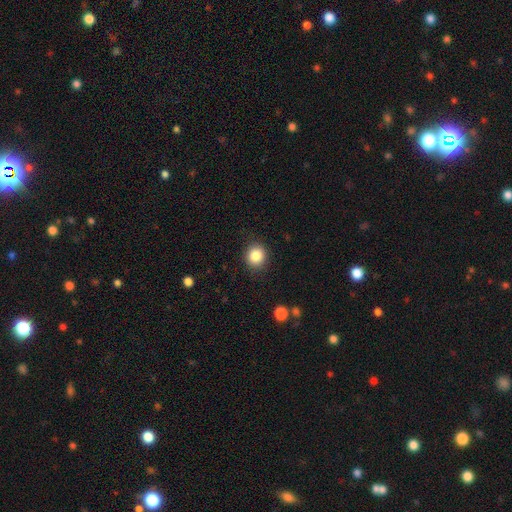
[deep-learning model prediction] A smooth galaxy with no disk features (85%) that is round (87%).

Vote fractions:
- Smooth or featured? smooth: 85% / star or artifact: 10% / featured or disk: 5%
- How rounded? round: 87% / in between: 12% / cigar-shaped: 1%
- Merging? none: 90% / minor disturbance: 7% / major disturbance: 2% / merger: 1%